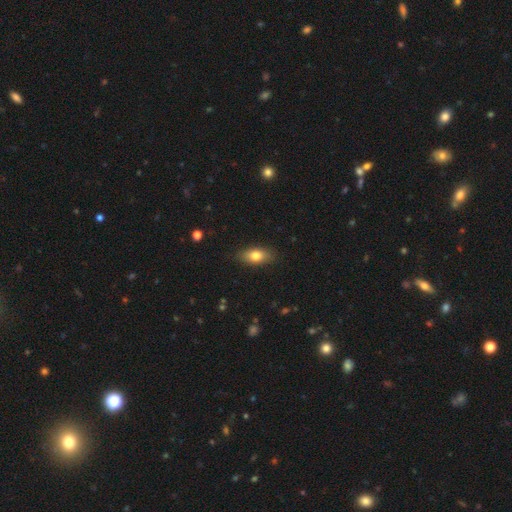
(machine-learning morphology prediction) The model was most divided on "smooth or featured": smooth: 75%, featured or disk: 17%, star or artifact: 8%. More confident: merging — none (86%); how rounded — in between (83%).